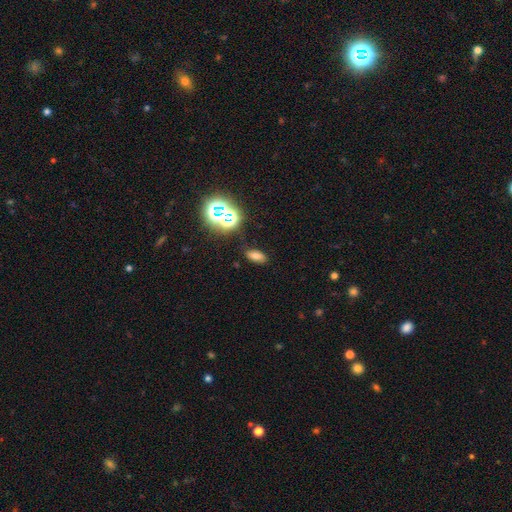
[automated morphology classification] Q: Smooth or featured?
A: smooth (64%); runner-up: star or artifact (25%)
Q: How rounded?
A: in between (86%); runner-up: cigar-shaped (8%)
Q: Merging?
A: none (84%); runner-up: minor disturbance (11%)